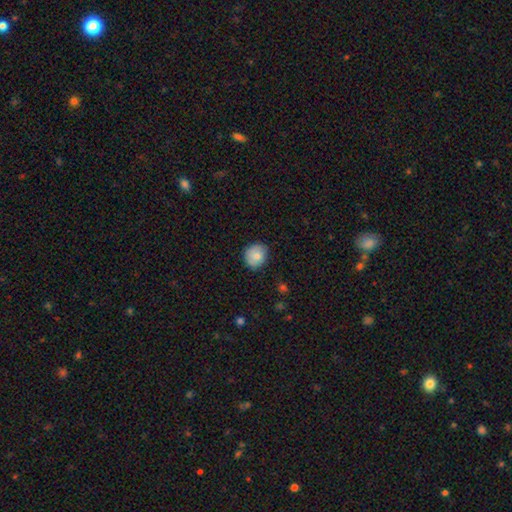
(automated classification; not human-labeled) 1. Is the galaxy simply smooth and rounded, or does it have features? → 80% smooth, 12% featured or disk, 8% star or artifact.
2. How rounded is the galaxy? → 79% round, 21% in between, 1% cigar-shaped.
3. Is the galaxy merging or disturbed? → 81% none, 15% minor disturbance, 2% major disturbance, 1% merger.